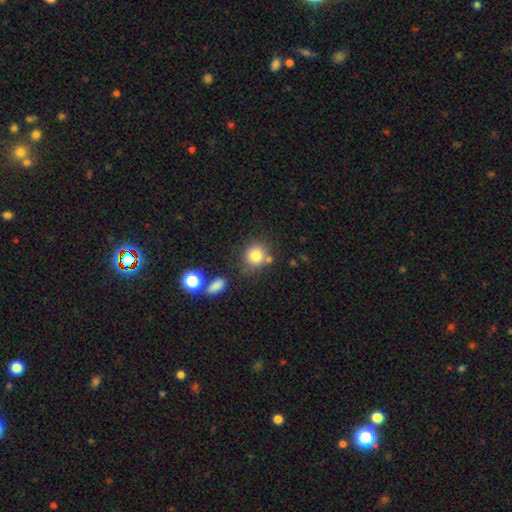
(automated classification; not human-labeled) Smooth or featured?
  - smooth: 81% *
  - star or artifact: 10%
  - featured or disk: 8%
How rounded?
  - round: 84% *
  - in between: 15%
  - cigar-shaped: 1%
Merging?
  - none: 68% *
  - minor disturbance: 14%
  - merger: 13%
  - major disturbance: 5%